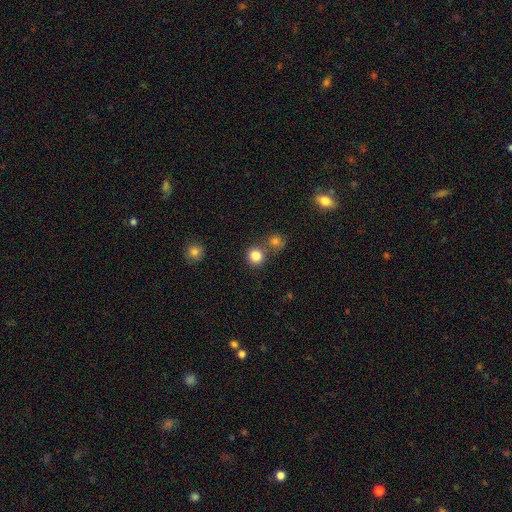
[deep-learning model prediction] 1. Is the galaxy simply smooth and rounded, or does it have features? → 84% smooth, 12% star or artifact, 5% featured or disk.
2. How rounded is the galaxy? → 90% round, 9% in between, 1% cigar-shaped.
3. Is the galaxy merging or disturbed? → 71% none, 19% merger, 8% minor disturbance, 3% major disturbance.